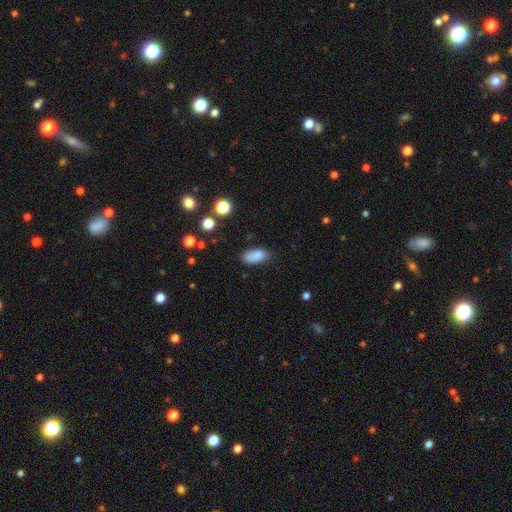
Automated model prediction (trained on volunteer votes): smooth 84%, star or artifact 9%, featured or disk 7%. Down the decision tree: how rounded — in between (90%); merging — none (75%).